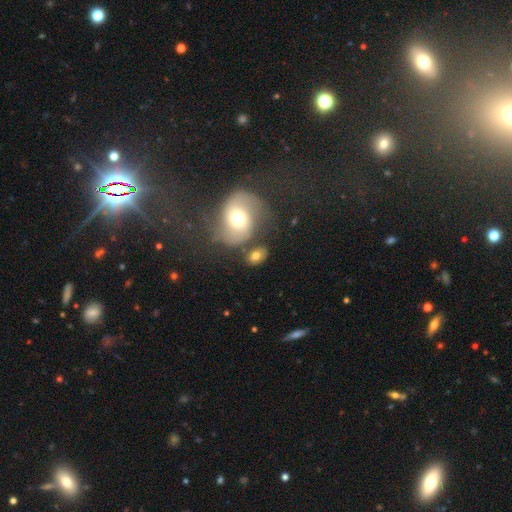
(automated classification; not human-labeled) smooth_or_featured: smooth (p=0.67) [alt: featured or disk p=0.23]
how_rounded: in between (p=0.74) [alt: round p=0.24]
merging: none (p=0.66) [alt: minor disturbance p=0.14]